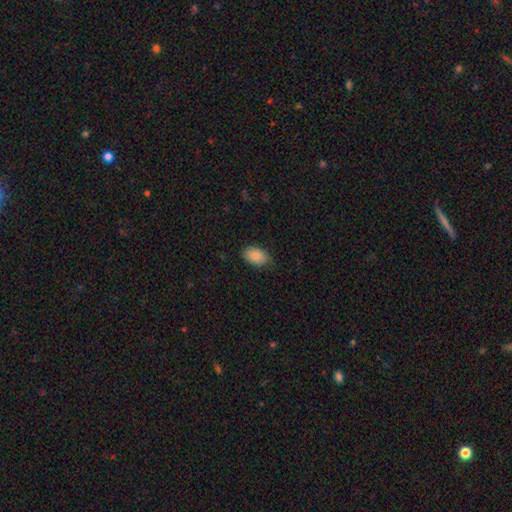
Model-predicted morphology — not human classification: A smooth galaxy with no disk features (85%) that is in between round and cigar-shaped (91%).

Vote fractions:
- Smooth or featured? smooth: 85% / featured or disk: 8% / star or artifact: 7%
- How rounded? in between: 91% / round: 8% / cigar-shaped: 1%
- Merging? none: 80% / minor disturbance: 17% / major disturbance: 3% / merger: 1%